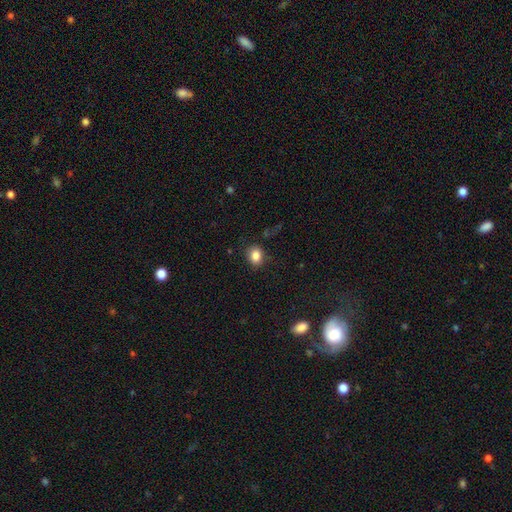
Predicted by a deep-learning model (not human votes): Smooth or featured? Predicted: smooth (p=0.85). How rounded? Predicted: in between (p=0.51). Merging? Predicted: none (p=0.81).